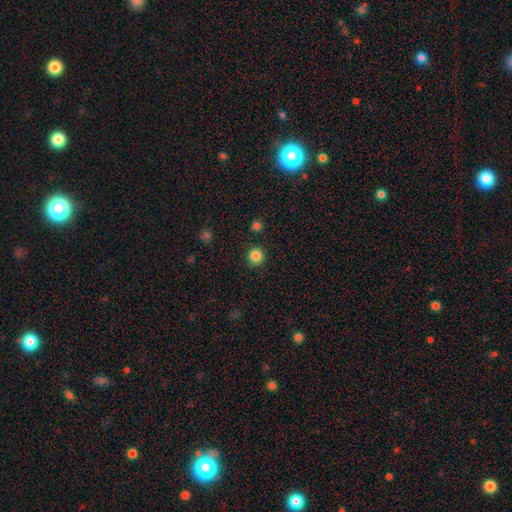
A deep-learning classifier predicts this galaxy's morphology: A smooth galaxy with no disk features (85%) that is round (93%). Merging: none (89%).